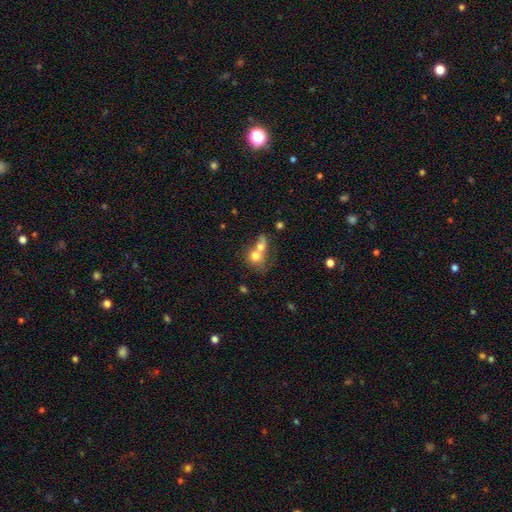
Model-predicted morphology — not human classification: Smooth or featured? Predicted: smooth (p=0.68). How rounded? Predicted: round (p=0.62). Merging? Predicted: merger (p=0.73).